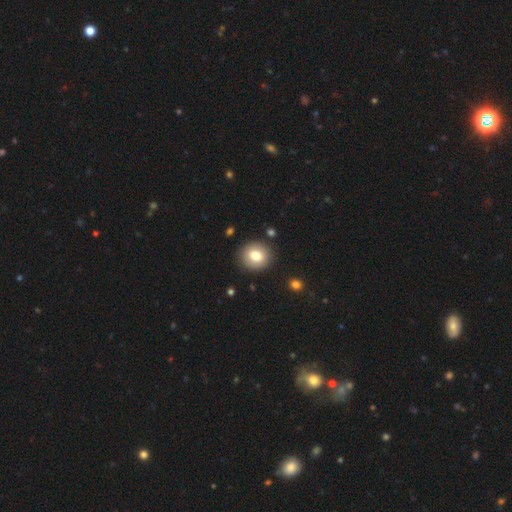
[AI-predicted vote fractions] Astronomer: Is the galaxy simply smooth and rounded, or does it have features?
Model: smooth — 79%.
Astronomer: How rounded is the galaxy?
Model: round — 80%.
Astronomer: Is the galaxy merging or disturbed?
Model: none — 89%.